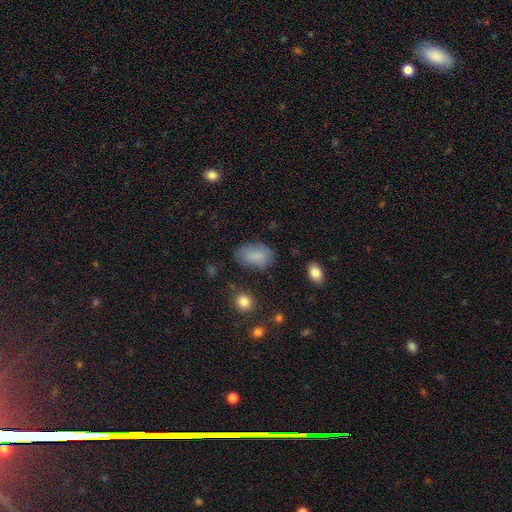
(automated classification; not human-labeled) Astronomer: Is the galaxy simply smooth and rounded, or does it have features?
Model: smooth — 83%.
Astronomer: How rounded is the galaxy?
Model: in between — 90%.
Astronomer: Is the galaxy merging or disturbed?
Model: none — 72%.